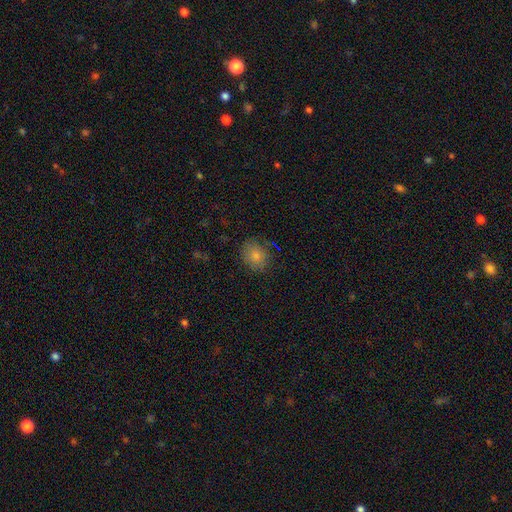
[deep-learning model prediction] Smooth or featured: smooth — 77% (star or artifact — 13%)
How rounded: round — 66% (in between — 33%)
Merging: none — 82% (minor disturbance — 13%)